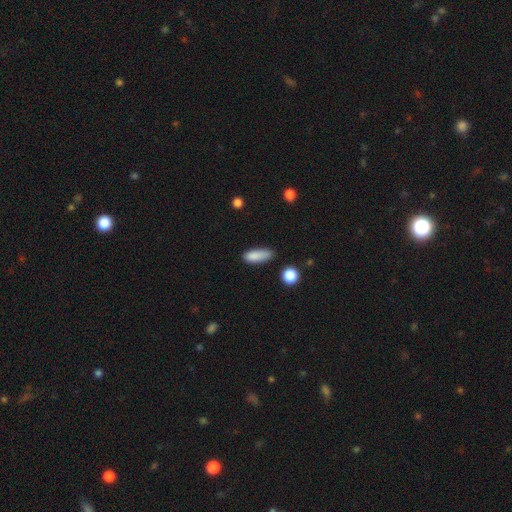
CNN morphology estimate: A smooth galaxy with no disk features (86%) that is in between round and cigar-shaped (61%).

Vote fractions:
- Smooth or featured? smooth: 86% / star or artifact: 8% / featured or disk: 6%
- How rounded? in between: 61% / cigar-shaped: 36% / round: 3%
- Merging? none: 65% / minor disturbance: 26% / major disturbance: 6% / merger: 3%